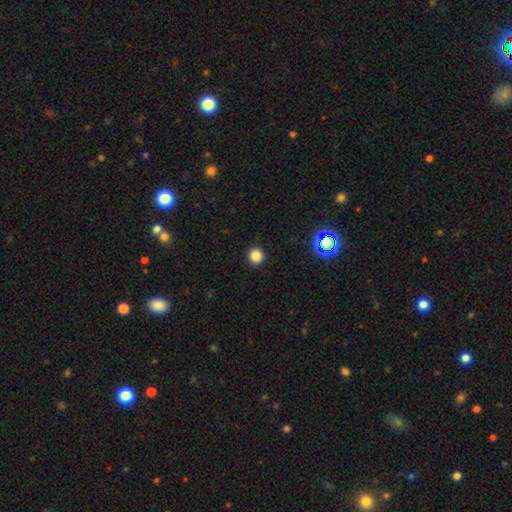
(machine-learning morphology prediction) Smooth or featured? smooth (82%)
How rounded? round (94%)
Merging? none (92%)